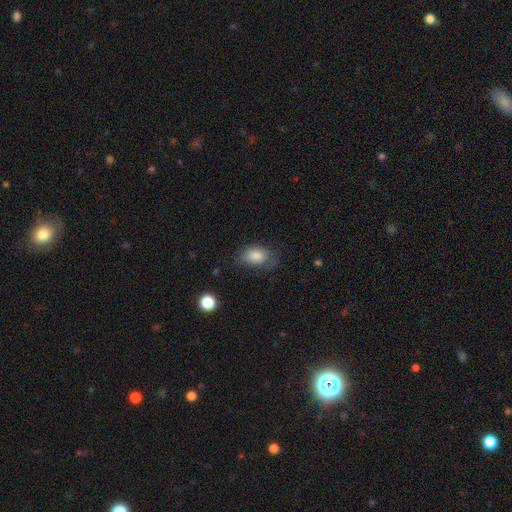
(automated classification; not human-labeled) Smooth or featured: smooth — 82% (star or artifact — 9%)
How rounded: in between — 83% (round — 16%)
Merging: none — 63% (minor disturbance — 25%)